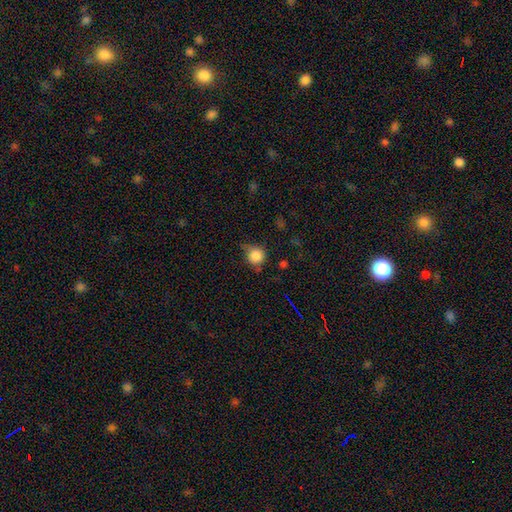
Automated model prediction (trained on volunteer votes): Smooth or featured? smooth (84%)
How rounded? round (91%)
Merging? none (62%)